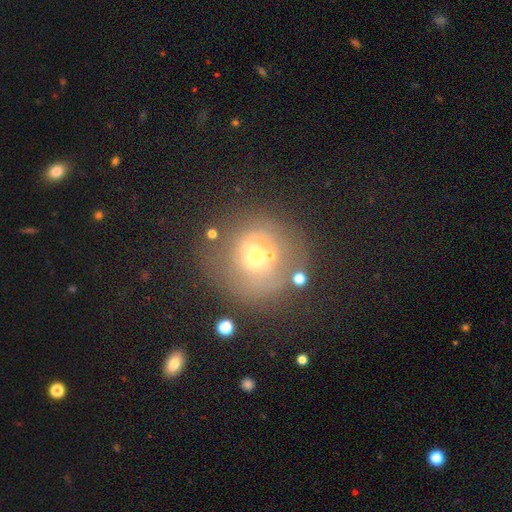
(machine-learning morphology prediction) A smooth galaxy with no disk features (52%) that is round (87%). Merging: none (52%).